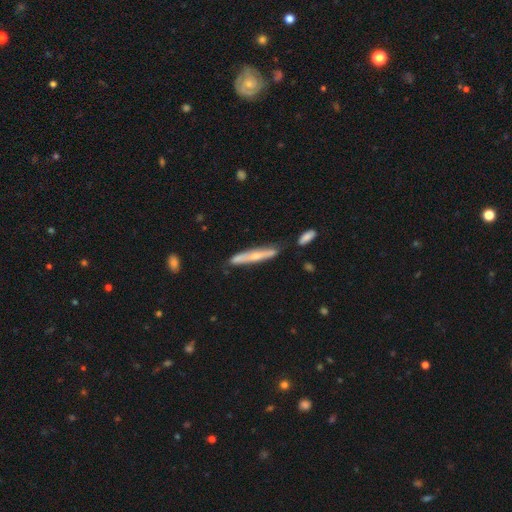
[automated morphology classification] Smooth or featured: featured or disk — 53% (smooth — 42%)
Edge-on disk: yes — 87% (no — 13%)
Merging: none — 75% (minor disturbance — 16%)